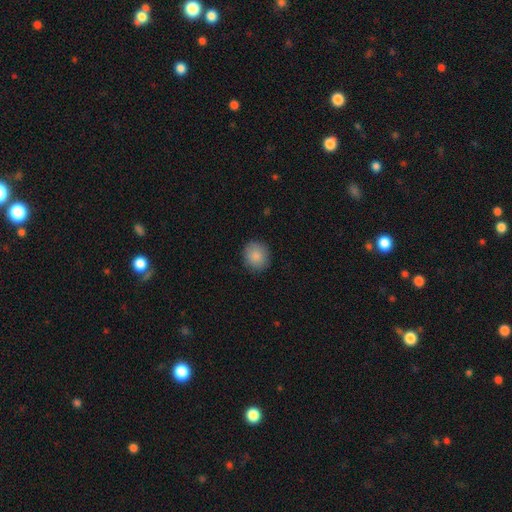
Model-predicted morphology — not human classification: A smooth galaxy with no disk features (87%) that is round (83%). Merging: none (88%).